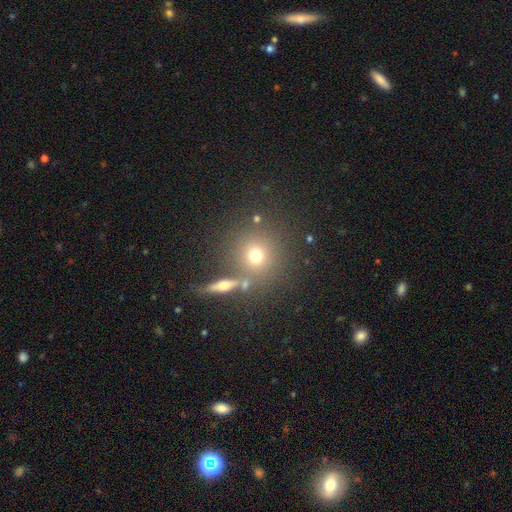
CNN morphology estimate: Smooth or featured: smooth — 70% (star or artifact — 17%)
How rounded: round — 90% (in between — 8%)
Merging: none — 75% (merger — 11%)